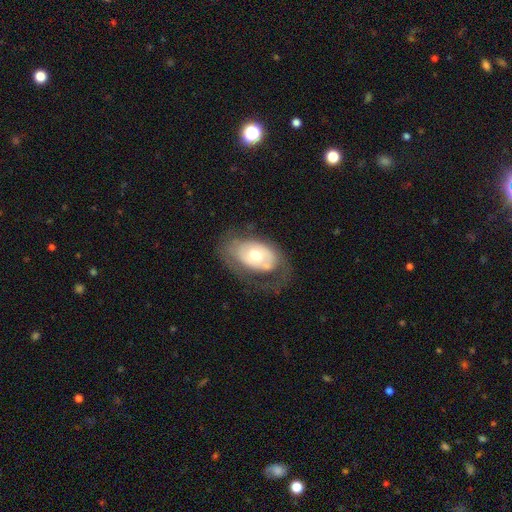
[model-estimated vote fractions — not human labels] A featured or disk galaxy (56%) with no bar (82%), no spiral arms (57%) and a moderate central bulge (71%). Merging: none (51%).